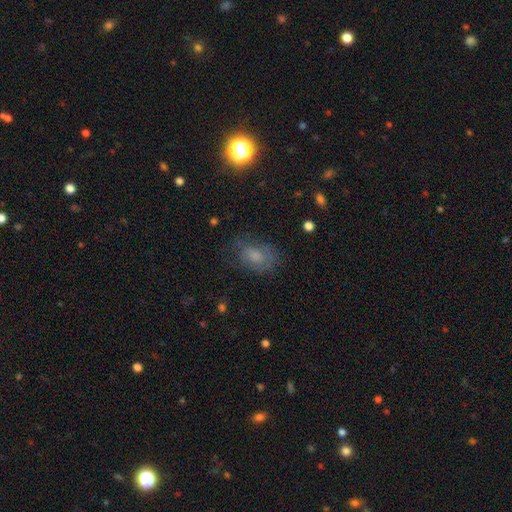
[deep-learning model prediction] A smooth galaxy with no disk features (61%) that is in between round and cigar-shaped (79%).

Vote fractions:
- Smooth or featured? smooth: 61% / featured or disk: 22% / star or artifact: 17%
- How rounded? in between: 79% / round: 20% / cigar-shaped: 2%
- Merging? none: 60% / minor disturbance: 24% / major disturbance: 14% / merger: 2%